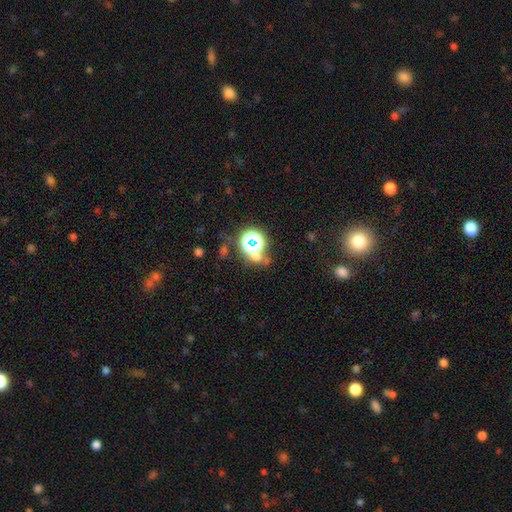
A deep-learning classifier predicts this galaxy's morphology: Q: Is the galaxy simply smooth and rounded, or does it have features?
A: star or artifact — 54%.